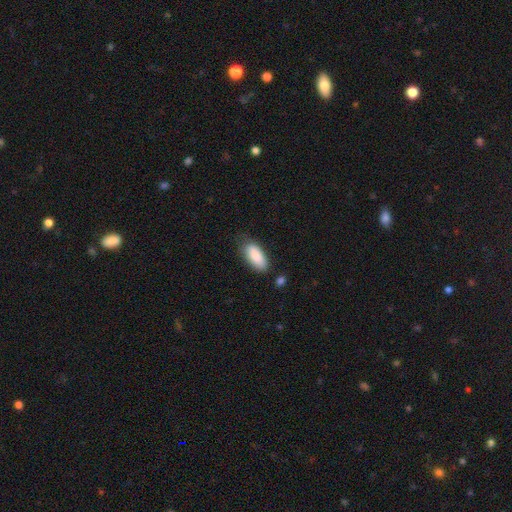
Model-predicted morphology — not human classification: A smooth galaxy with no disk features (88%) that is in between round and cigar-shaped (87%).

Vote fractions:
- Smooth or featured? smooth: 88% / featured or disk: 7% / star or artifact: 6%
- How rounded? in between: 87% / cigar-shaped: 11% / round: 2%
- Merging? none: 71% / minor disturbance: 21% / major disturbance: 5% / merger: 3%